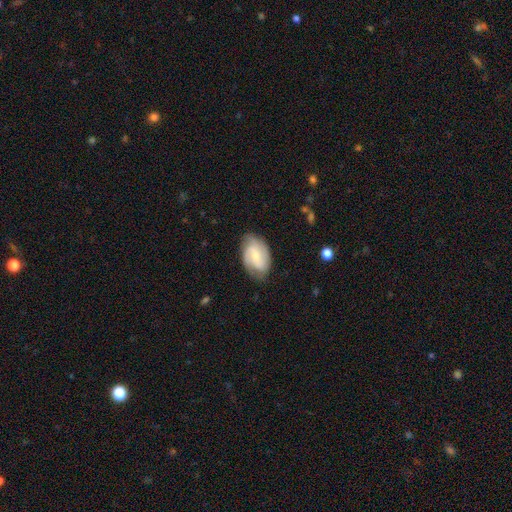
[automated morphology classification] type=featured or disk (62%); edge-on=no (96%); bar=weak (45%); spiral arms=yes (91%); winding=medium (44%); arm count=2 (56%); bulge=small (54%); merging=none (73%).